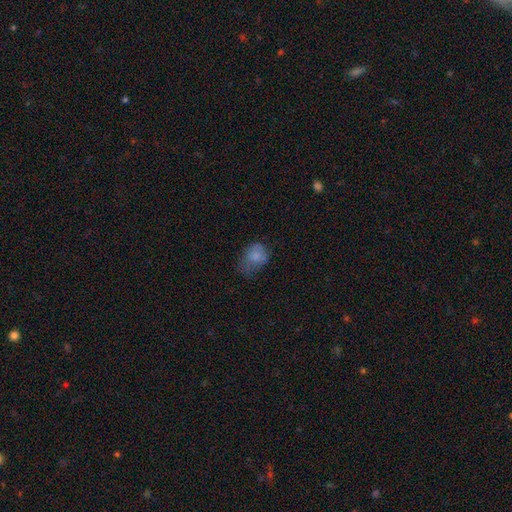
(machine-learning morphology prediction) Overall: smooth (75%). How rounded: round (51%; in between 48%). Merging: minor disturbance (35%; none 33%).